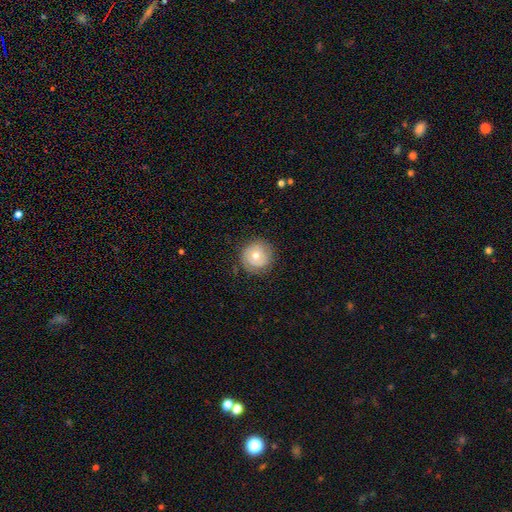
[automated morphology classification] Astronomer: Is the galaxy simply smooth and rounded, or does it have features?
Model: smooth — 55% (runner-up: featured or disk, 36%).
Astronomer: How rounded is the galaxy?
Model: round — 93%.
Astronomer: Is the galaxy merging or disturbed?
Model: none — 80%.